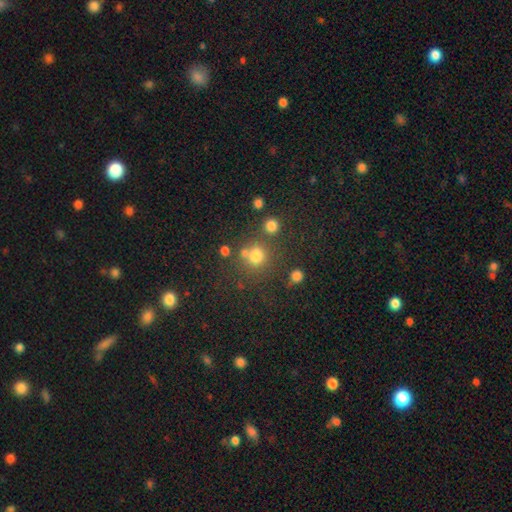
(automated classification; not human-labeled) Q: Smooth or featured?
A: smooth (72%); runner-up: star or artifact (20%)
Q: How rounded?
A: round (87%); runner-up: in between (12%)
Q: Merging?
A: none (67%); runner-up: merger (19%)